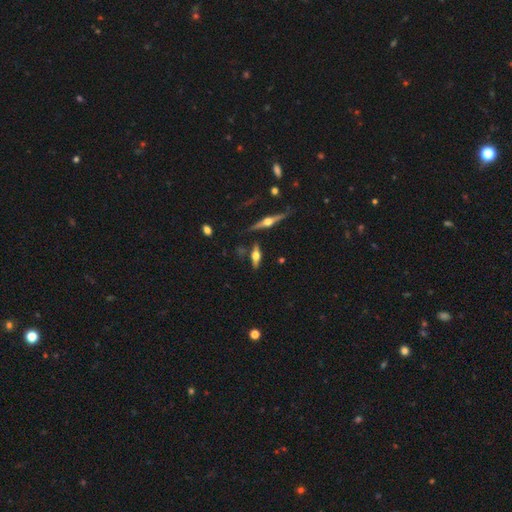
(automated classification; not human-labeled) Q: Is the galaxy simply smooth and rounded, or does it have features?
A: featured or disk — 67%.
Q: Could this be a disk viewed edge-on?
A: yes — 95%.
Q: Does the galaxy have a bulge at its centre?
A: rounded — 95%.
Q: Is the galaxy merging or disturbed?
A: none — 78%.